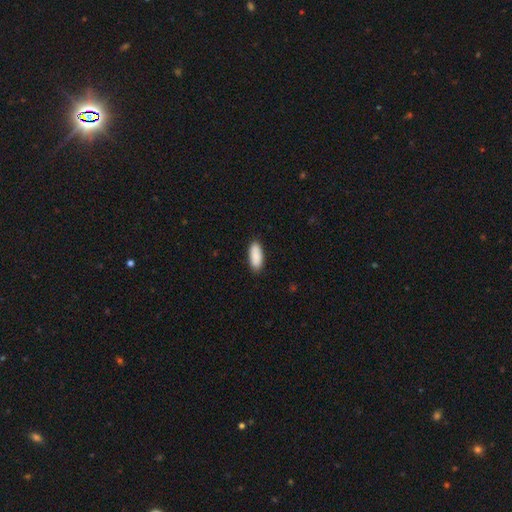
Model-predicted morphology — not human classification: smooth 90%, star or artifact 6%, featured or disk 4%. Down the decision tree: how rounded — in between (82%); merging — none (88%).